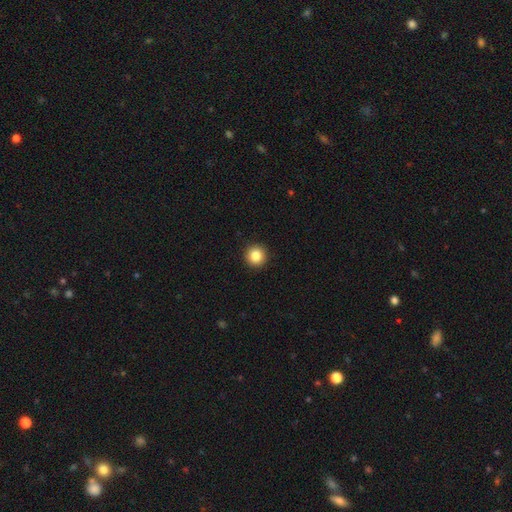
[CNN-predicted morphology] A smooth galaxy with no disk features (85%) that is round (96%). Merging: none (93%).